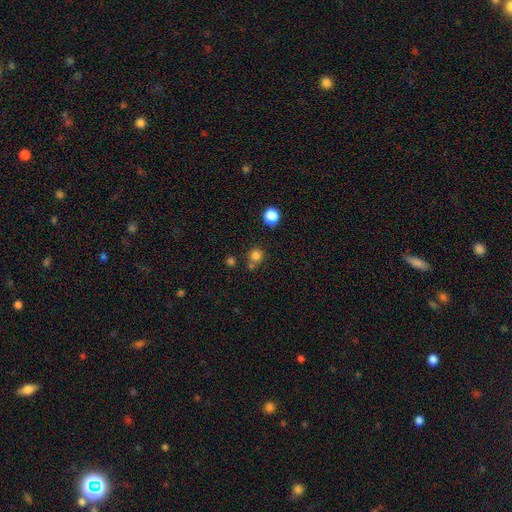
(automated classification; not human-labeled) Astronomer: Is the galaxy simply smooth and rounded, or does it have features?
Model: smooth — 79%.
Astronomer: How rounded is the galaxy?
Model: round — 91%.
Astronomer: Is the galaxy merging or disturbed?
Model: none — 68%.